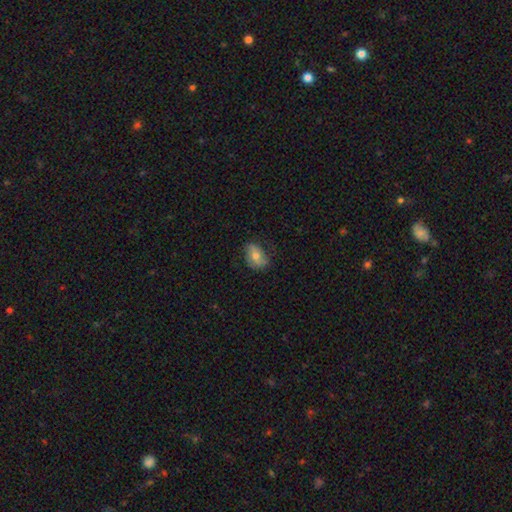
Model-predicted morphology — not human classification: A smooth galaxy with no disk features (58%) that is in between round and cigar-shaped (75%). Merging: none (66%).